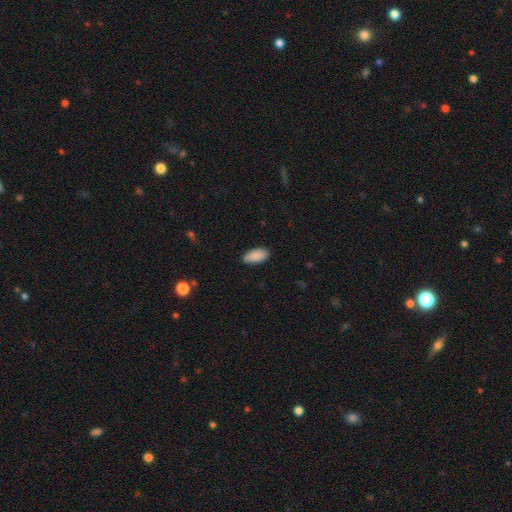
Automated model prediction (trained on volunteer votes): Overall: smooth (89%). How rounded: in between (92%). Merging: none (82%).